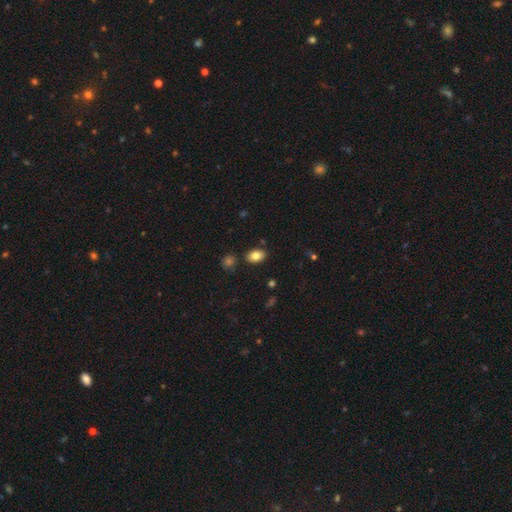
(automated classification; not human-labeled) Smooth or featured? Predicted: smooth (p=0.82). How rounded? Predicted: in between (p=0.86). Merging? Predicted: none (p=0.84).